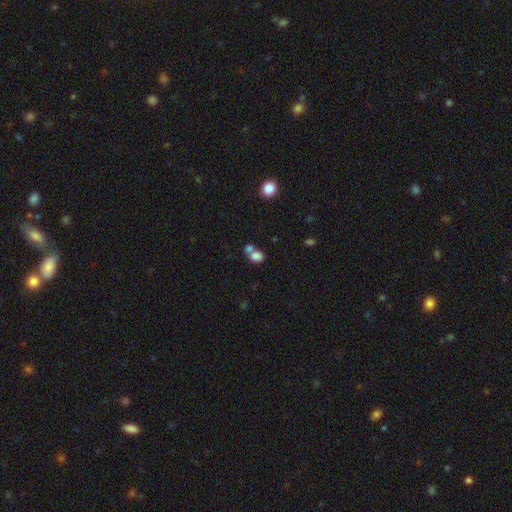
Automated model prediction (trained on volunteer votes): Smooth or featured? Predicted: smooth (p=0.81). How rounded? Predicted: in between (p=0.59). Merging? Predicted: merger (p=0.51).